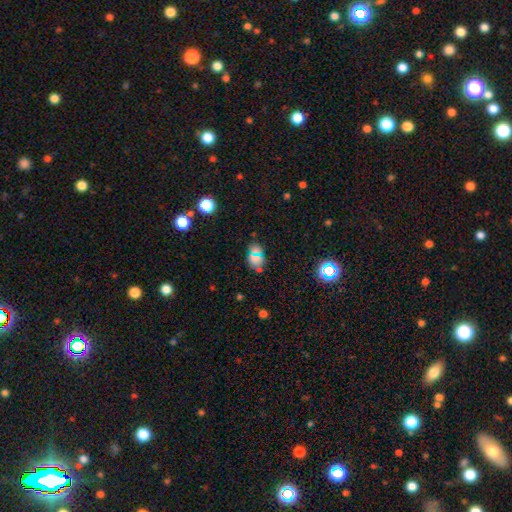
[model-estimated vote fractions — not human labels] Smooth or featured: smooth — 61% (star or artifact — 28%)
How rounded: in between — 70% (round — 27%)
Merging: none — 78% (minor disturbance — 13%)